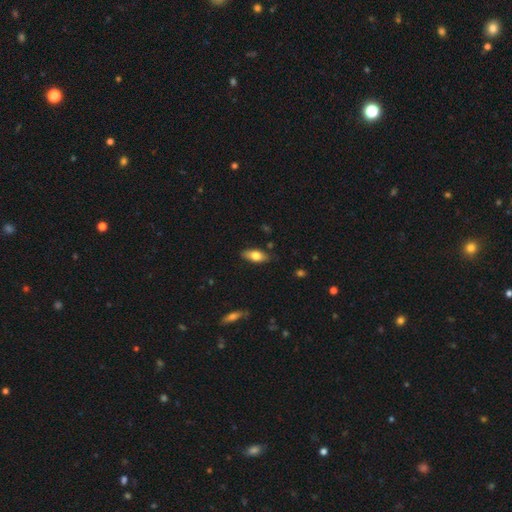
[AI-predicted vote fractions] This appears to be a smooth galaxy with no disk features (71%) that is in between round and cigar-shaped (81%). Merging: none (84%).